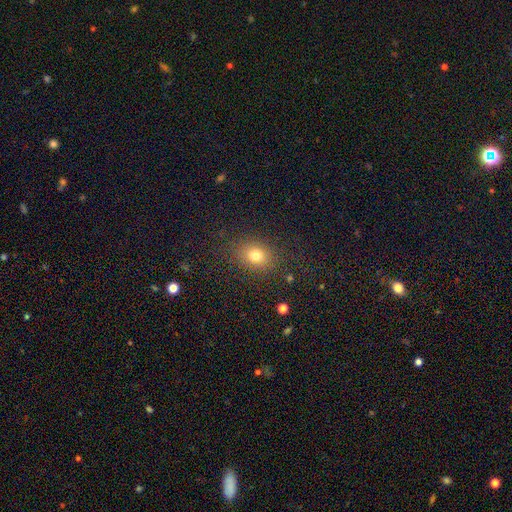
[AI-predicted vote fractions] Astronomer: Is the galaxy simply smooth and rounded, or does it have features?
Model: smooth — 77%.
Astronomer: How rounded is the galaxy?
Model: in between — 52% (runner-up: round, 46%).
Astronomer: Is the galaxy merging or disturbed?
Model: none — 83%.